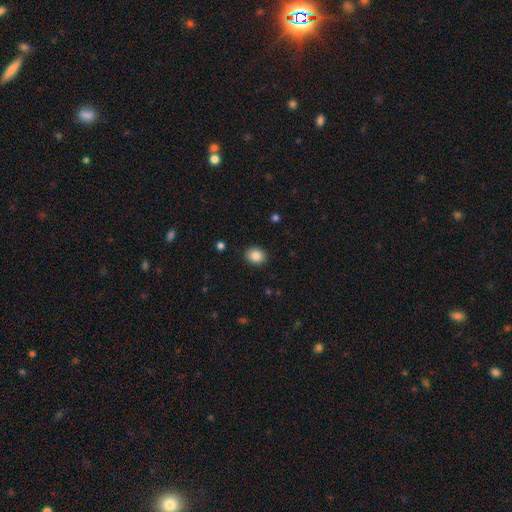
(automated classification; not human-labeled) Smooth or featured? Predicted: smooth (p=0.86). How rounded? Predicted: round (p=0.56). Merging? Predicted: none (p=0.89).